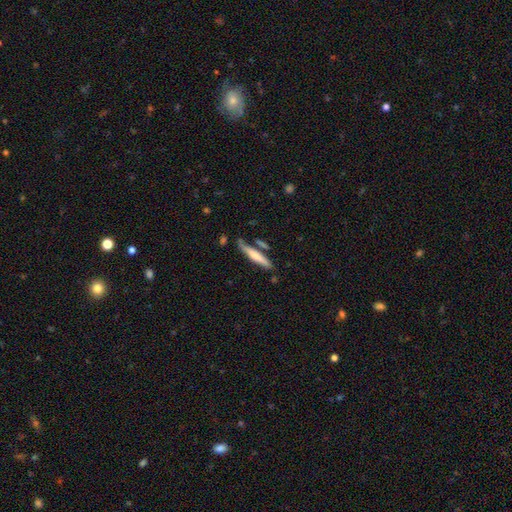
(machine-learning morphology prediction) smooth_or_featured: smooth (p=0.60) [alt: featured or disk p=0.34]
how_rounded: cigar-shaped (p=0.90) [alt: in between p=0.08]
merging: none (p=0.72) [alt: minor disturbance p=0.15]